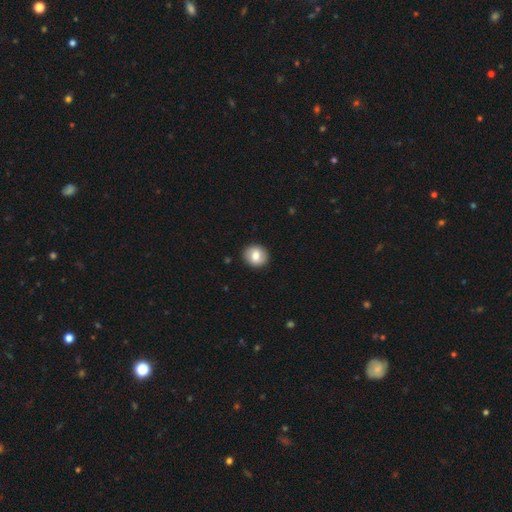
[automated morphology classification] type=smooth (75%); roundness=round (81%); merging=none (90%).